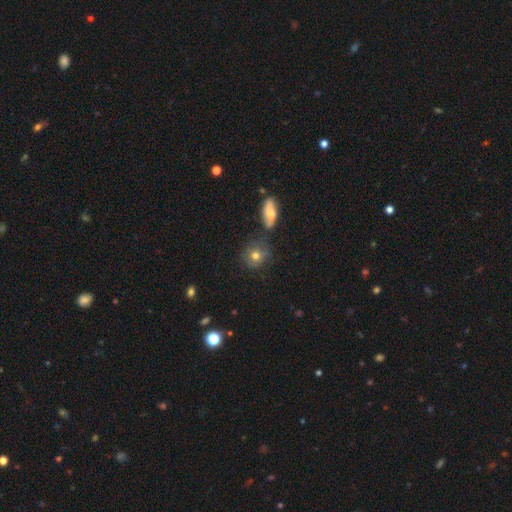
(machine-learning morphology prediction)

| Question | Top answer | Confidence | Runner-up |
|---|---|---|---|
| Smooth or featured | smooth | 72% | featured or disk (16%) |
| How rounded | round | 79% | in between (19%) |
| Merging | none | 67% | minor disturbance (17%) |